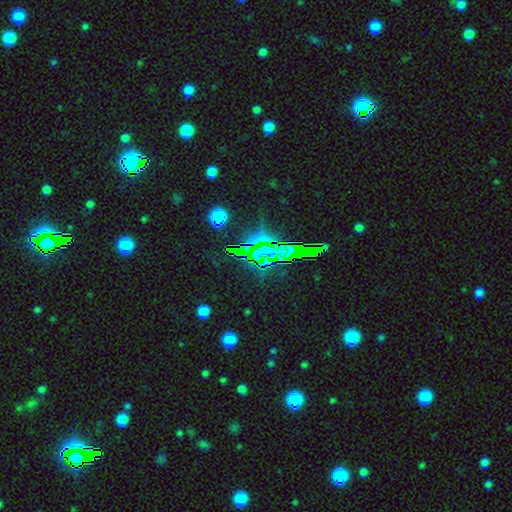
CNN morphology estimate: The model was most divided on "smooth or featured": star or artifact: 77%, smooth: 13%, featured or disk: 10%.